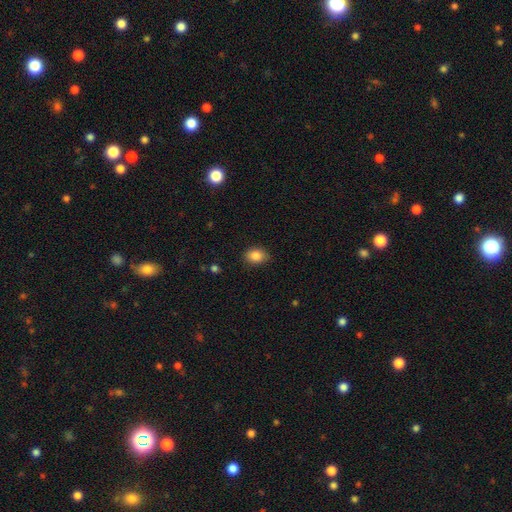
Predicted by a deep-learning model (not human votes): Overall: smooth (85%). How rounded: in between (58%; round 41%). Merging: none (80%).